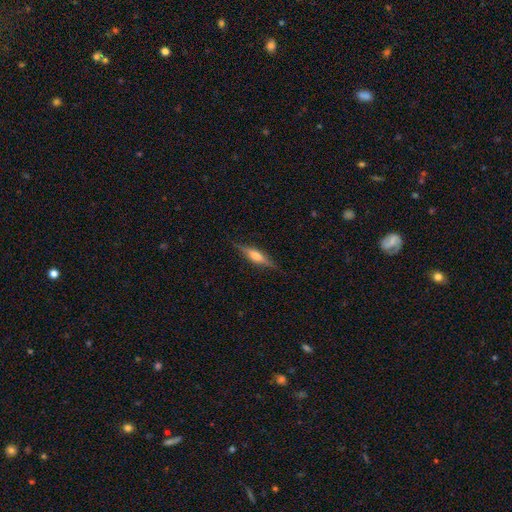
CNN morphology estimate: This appears to be a featured or disk galaxy (61%) viewed edge-on (95%) with a rounded central bulge (73%). Merging: none (85%).